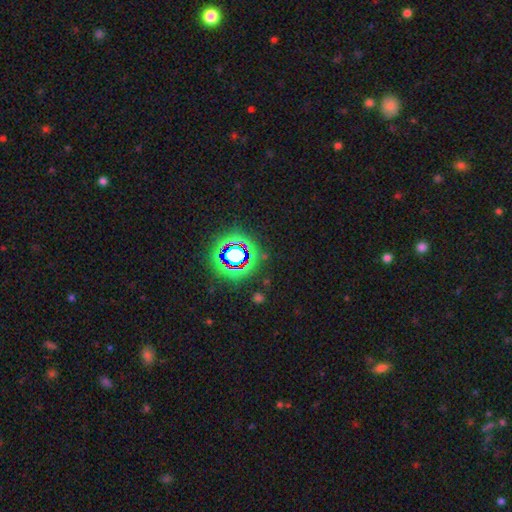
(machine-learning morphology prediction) A star or artifact, not a galaxy (79%).

Vote fractions:
- Smooth or featured? star or artifact: 79% / smooth: 13% / featured or disk: 8%